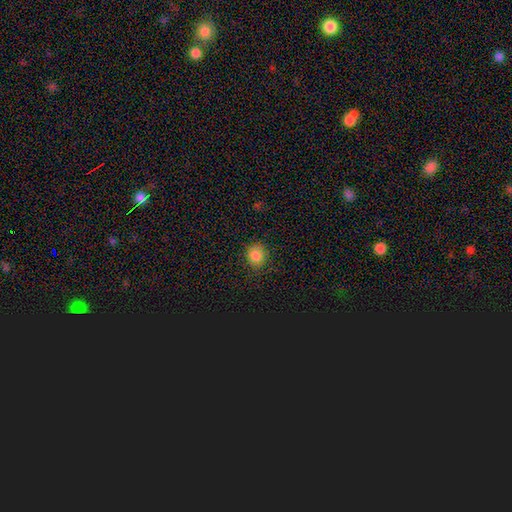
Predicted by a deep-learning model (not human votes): Overall: smooth (84%). How rounded: round (75%). Merging: none (83%).